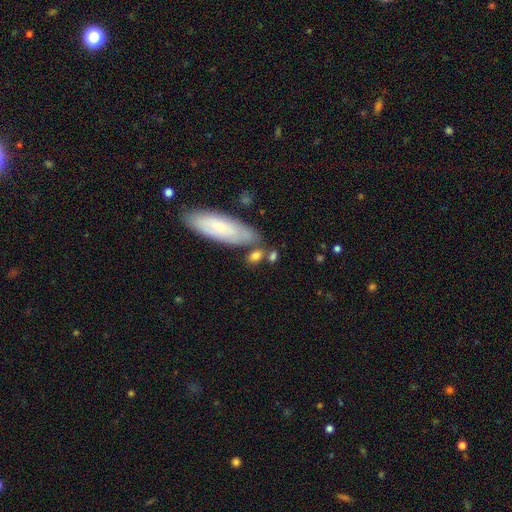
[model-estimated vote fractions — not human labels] Smooth or featured: smooth — 76% (featured or disk — 16%)
How rounded: in between — 70% (cigar-shaped — 18%)
Merging: none — 59% (merger — 19%)